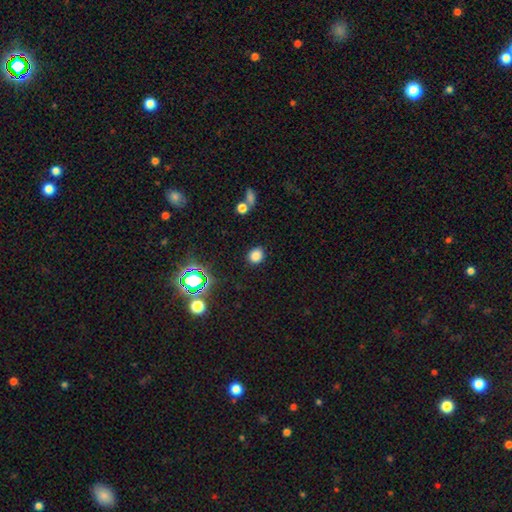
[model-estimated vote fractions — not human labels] smooth-or-featured: smooth: 79% | star or artifact: 16% | featured or disk: 5%
  how-rounded: round: 71% | in between: 28% | cigar-shaped: 1%
  merging: none: 86% | minor disturbance: 8% | major disturbance: 3% | merger: 2%